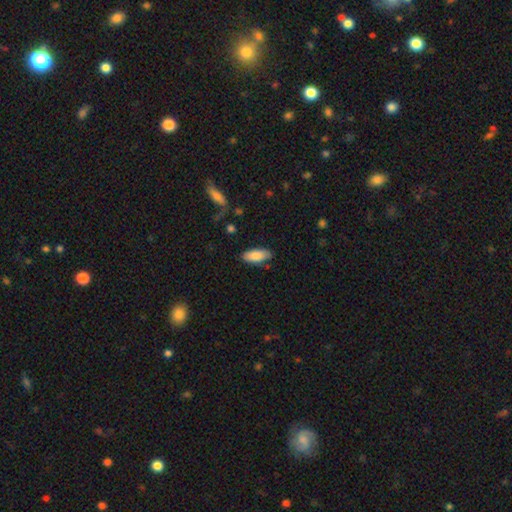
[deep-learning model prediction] A smooth galaxy with no disk features (84%) that is in between round and cigar-shaped (83%). Merging: none (81%).